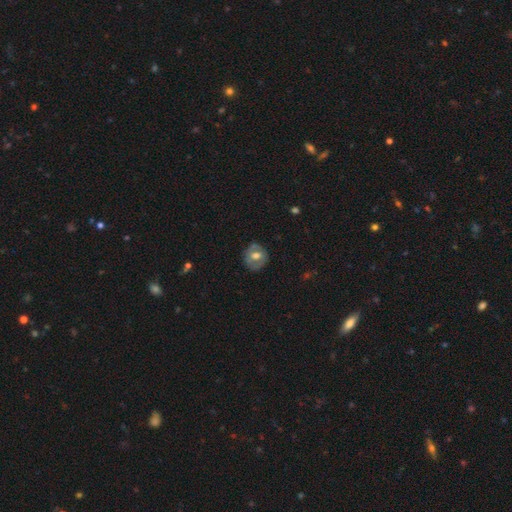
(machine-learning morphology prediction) Smooth or featured? smooth (48%)
Merging? none (77%)